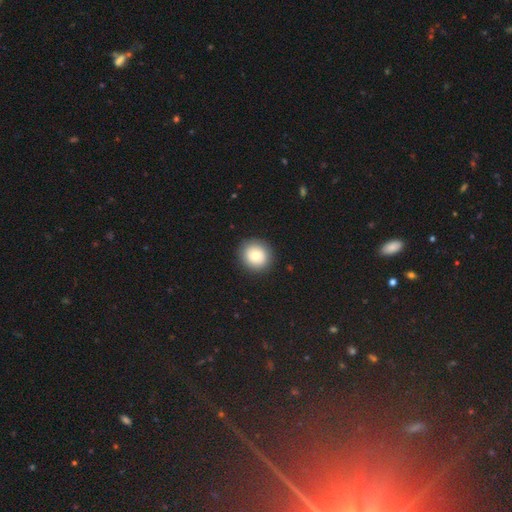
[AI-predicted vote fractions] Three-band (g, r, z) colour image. It shows a smooth galaxy with no disk features (71%) that is round (92%). Merging: none (90%).